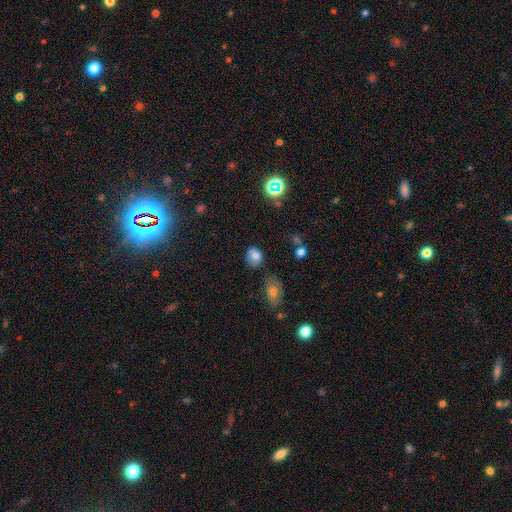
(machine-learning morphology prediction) A smooth galaxy with no disk features (78%) that is round (59%). Merging: none (75%).